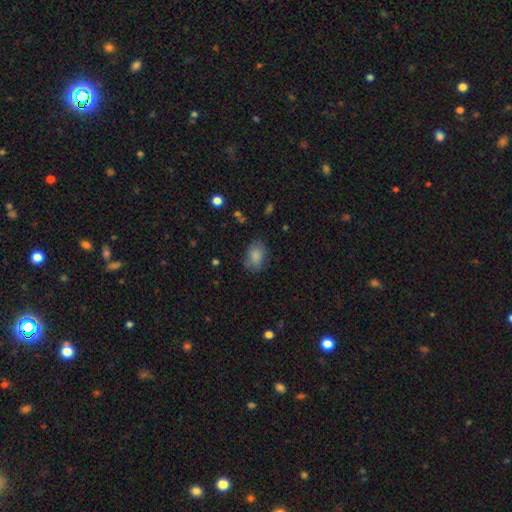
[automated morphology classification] A smooth galaxy with no disk features (84%) that is in between round and cigar-shaped (76%).

Vote fractions:
- Smooth or featured? smooth: 84% / star or artifact: 9% / featured or disk: 7%
- How rounded? in between: 76% / round: 22% / cigar-shaped: 1%
- Merging? none: 72% / minor disturbance: 20% / major disturbance: 6% / merger: 2%